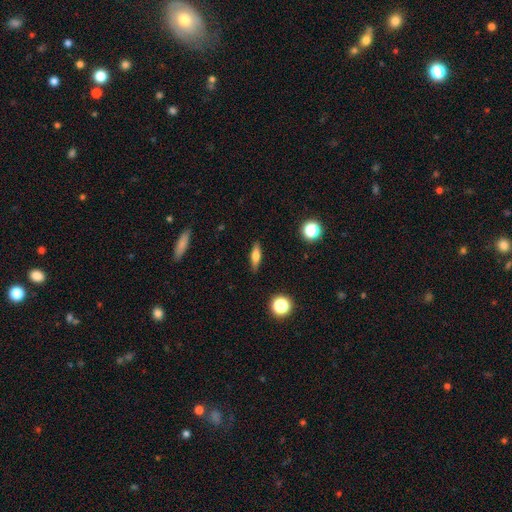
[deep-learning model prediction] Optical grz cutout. It shows a smooth galaxy with no disk features (59%) that is cigar-shaped (54%). Merging: none (88%).